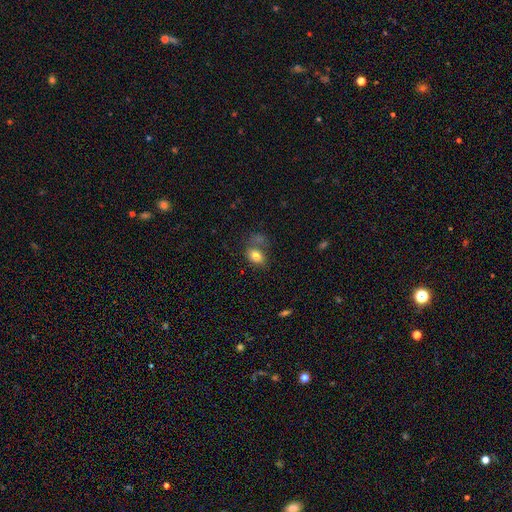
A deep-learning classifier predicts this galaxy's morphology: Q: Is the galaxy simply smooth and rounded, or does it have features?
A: smooth — 80%.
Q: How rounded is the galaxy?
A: in between — 76%.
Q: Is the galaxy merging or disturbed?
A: none — 53%.